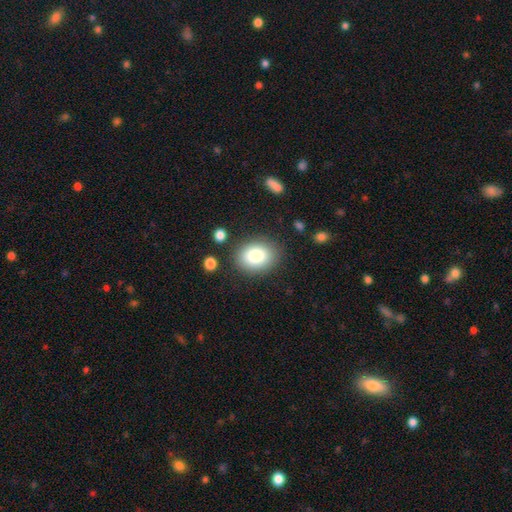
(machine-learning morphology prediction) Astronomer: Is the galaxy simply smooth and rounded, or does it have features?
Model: smooth — 82%.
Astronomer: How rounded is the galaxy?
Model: in between — 65%.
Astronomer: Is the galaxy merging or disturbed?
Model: none — 83%.